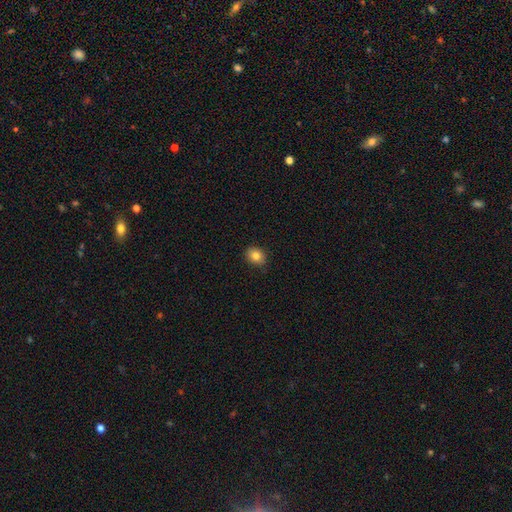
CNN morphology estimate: A smooth galaxy with no disk features (84%) that is round (51%). Merging: none (87%).